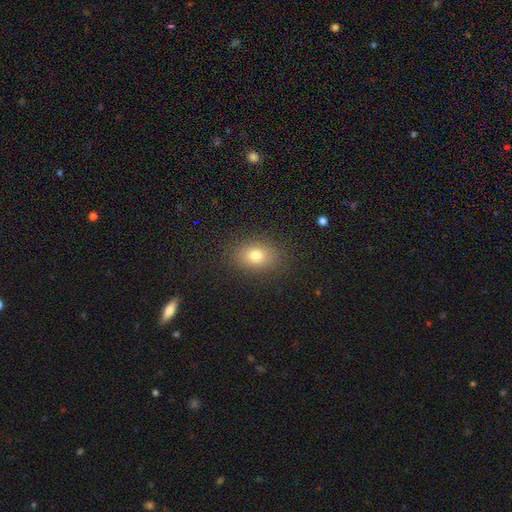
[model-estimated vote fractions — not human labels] smooth-or-featured: smooth: 78% | star or artifact: 12% | featured or disk: 10%
  how-rounded: in between: 69% | round: 30% | cigar-shaped: 1%
  merging: none: 86% | minor disturbance: 10% | major disturbance: 4% | merger: 1%